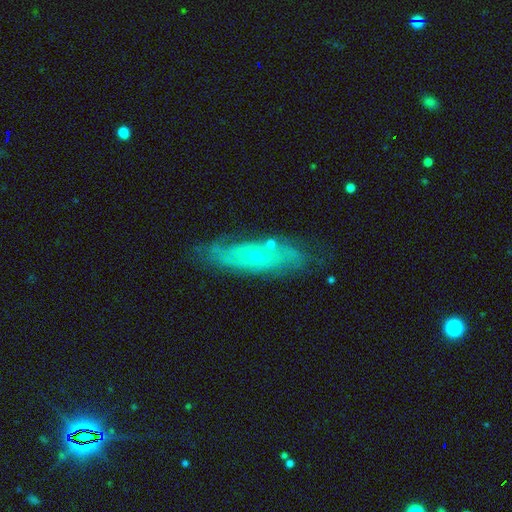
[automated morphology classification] Smooth or featured? Predicted: featured or disk (p=0.63). Edge-on disk? Predicted: no (p=0.72). Merging? Predicted: none (p=0.72).